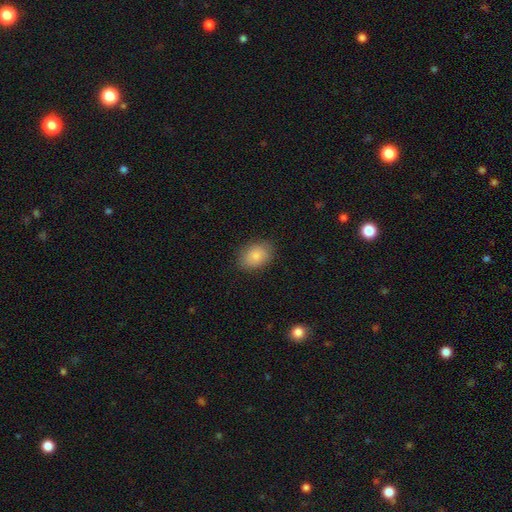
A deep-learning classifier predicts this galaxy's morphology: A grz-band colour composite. It shows a smooth galaxy with no disk features (86%) that is in between round and cigar-shaped (77%). Merging: none (85%).